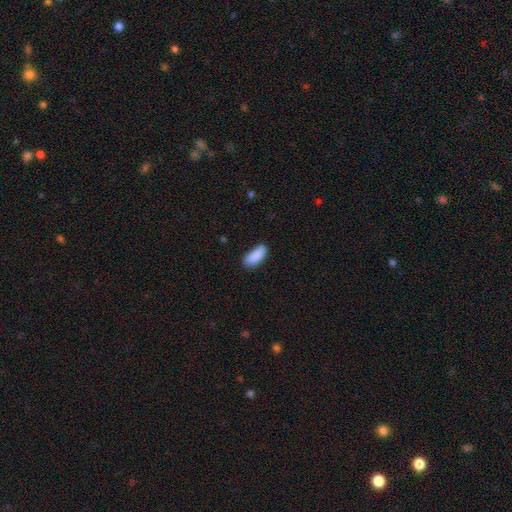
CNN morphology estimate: Smooth or featured? Predicted: smooth (p=0.90). How rounded? Predicted: in between (p=0.85). Merging? Predicted: none (p=0.79).